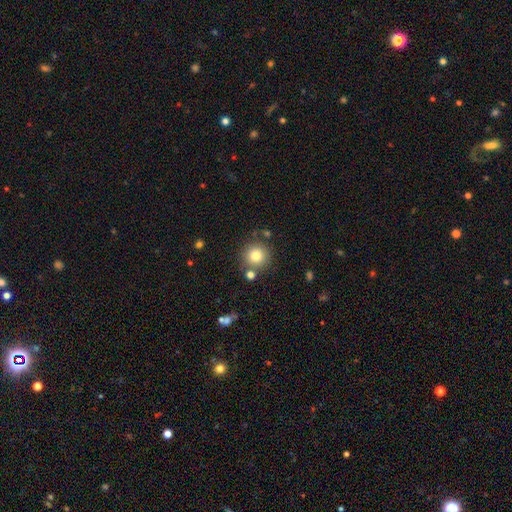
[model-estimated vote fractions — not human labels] Smooth or featured? Predicted: smooth (p=0.80). How rounded? Predicted: round (p=0.94). Merging? Predicted: none (p=0.79).